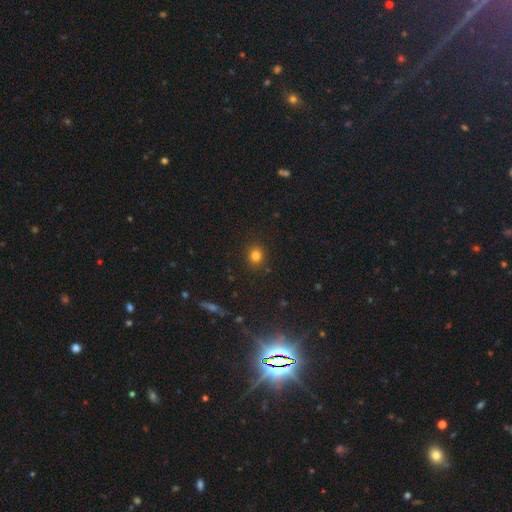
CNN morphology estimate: Overall: smooth (80%). How rounded: round (78%). Merging: none (89%).